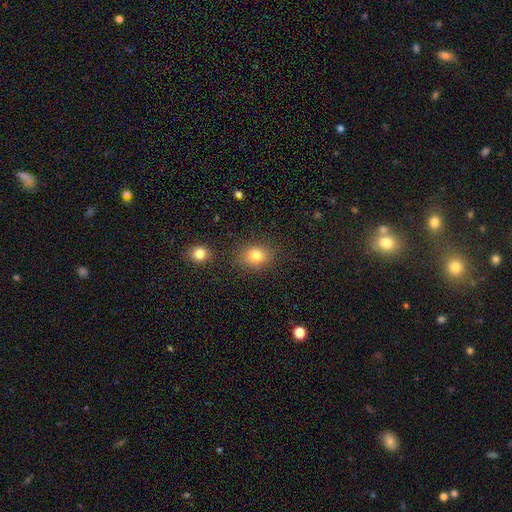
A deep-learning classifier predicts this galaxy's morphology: Overall: smooth (79%). How rounded: round (51%; in between 48%). Merging: none (83%).